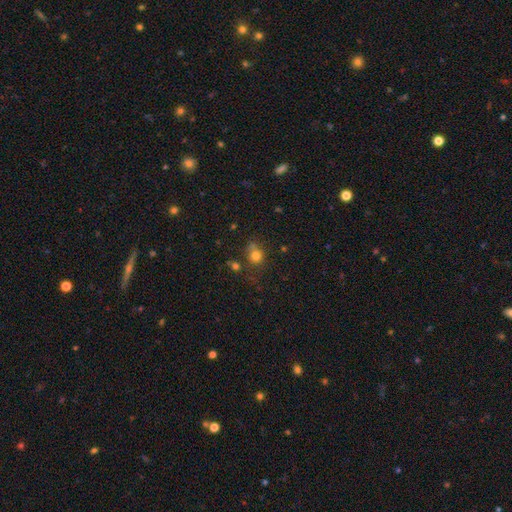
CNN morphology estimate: This is likely a smooth galaxy (76%). How rounded: likely round (76%). Merging: possibly none (56%).